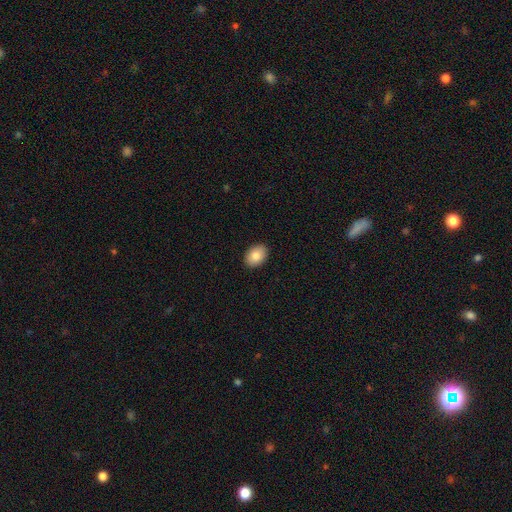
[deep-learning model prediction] Smooth or featured? Predicted: smooth (p=0.84). How rounded? Predicted: in between (p=0.81). Merging? Predicted: none (p=0.91).